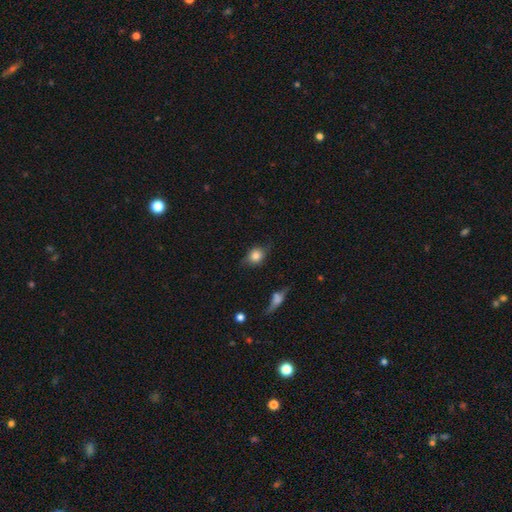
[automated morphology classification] This is likely a smooth galaxy (74%). How rounded: possibly round (57%). Merging: likely none (64%).